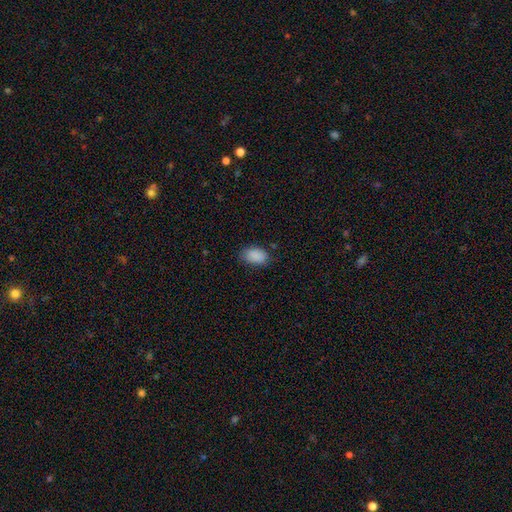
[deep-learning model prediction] A smooth galaxy with no disk features (89%) that is in between round and cigar-shaped (91%). Merging: none (79%).